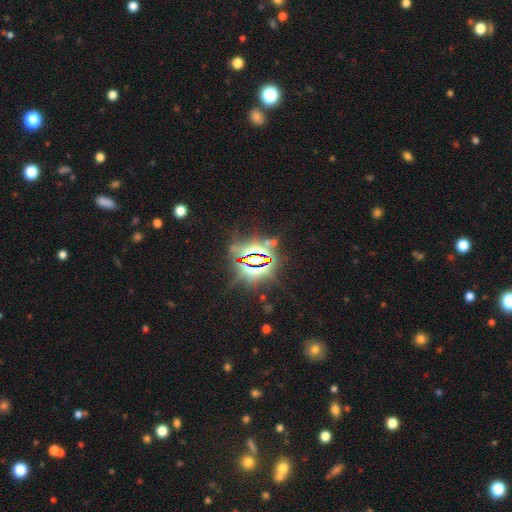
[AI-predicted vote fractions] smooth_or_featured: star or artifact (p=0.83) [alt: smooth p=0.09]